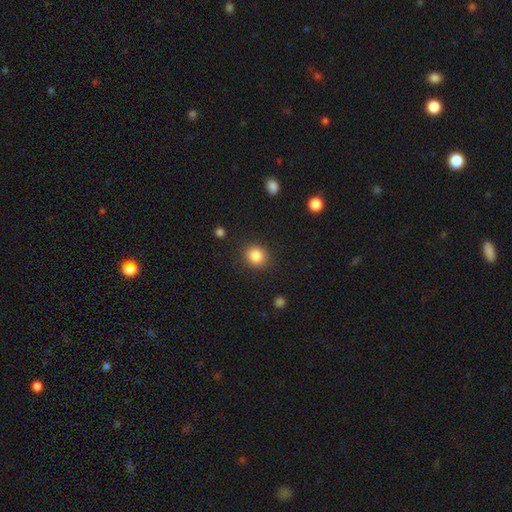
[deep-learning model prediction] A smooth galaxy with no disk features (85%) that is round (85%).

Vote fractions:
- Smooth or featured? smooth: 85% / star or artifact: 10% / featured or disk: 5%
- How rounded? round: 85% / in between: 14% / cigar-shaped: 1%
- Merging? none: 89% / minor disturbance: 7% / major disturbance: 3% / merger: 1%